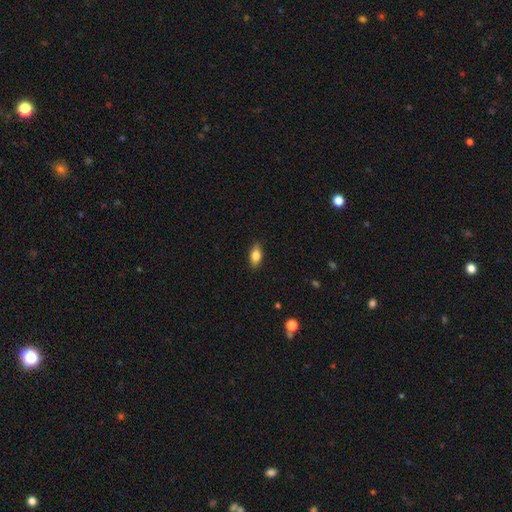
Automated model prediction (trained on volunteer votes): Q: Smooth or featured?
A: smooth (82%); runner-up: featured or disk (11%)
Q: How rounded?
A: in between (87%); runner-up: cigar-shaped (8%)
Q: Merging?
A: none (88%); runner-up: minor disturbance (10%)